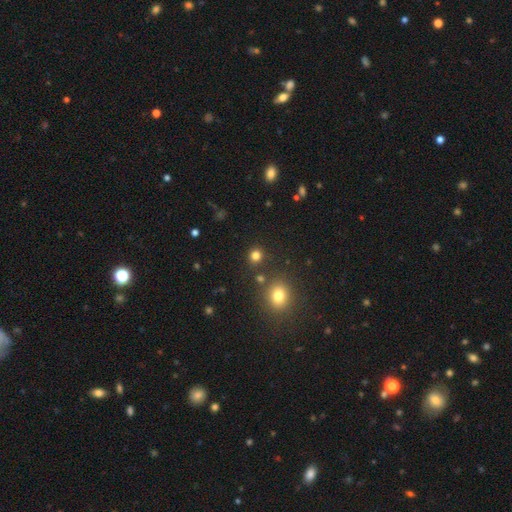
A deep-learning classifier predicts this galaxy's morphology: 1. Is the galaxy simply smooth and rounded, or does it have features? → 79% smooth, 16% star or artifact, 5% featured or disk.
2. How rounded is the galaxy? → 86% round, 13% in between, 1% cigar-shaped.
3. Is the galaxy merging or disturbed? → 85% none, 7% minor disturbance, 5% merger, 3% major disturbance.